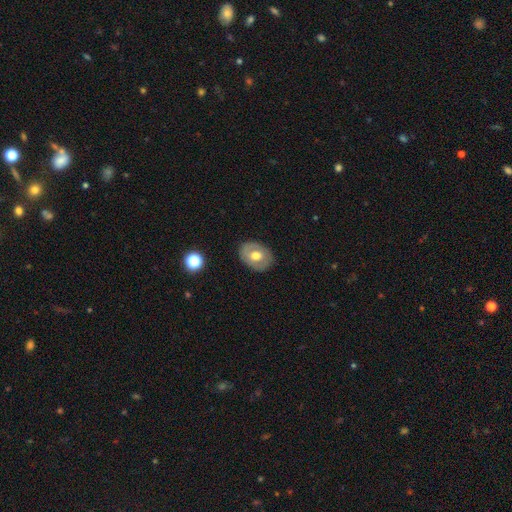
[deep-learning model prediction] Overall: smooth (56%; featured or disk 37%). How rounded: in between (64%; round 35%). Merging: none (85%).